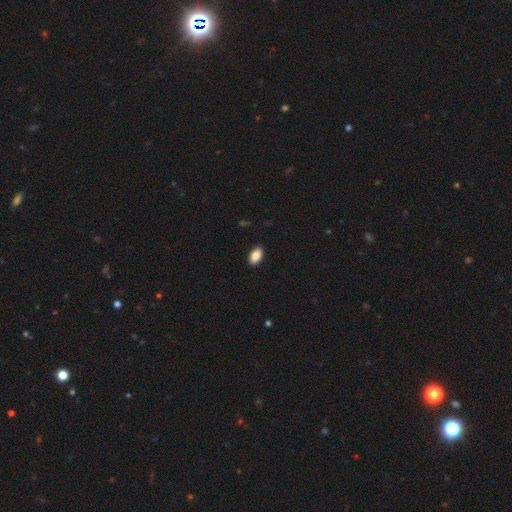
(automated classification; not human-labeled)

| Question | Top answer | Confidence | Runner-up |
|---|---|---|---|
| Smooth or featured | smooth | 88% | star or artifact (7%) |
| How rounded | in between | 93% | round (6%) |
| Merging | none | 90% | minor disturbance (7%) |